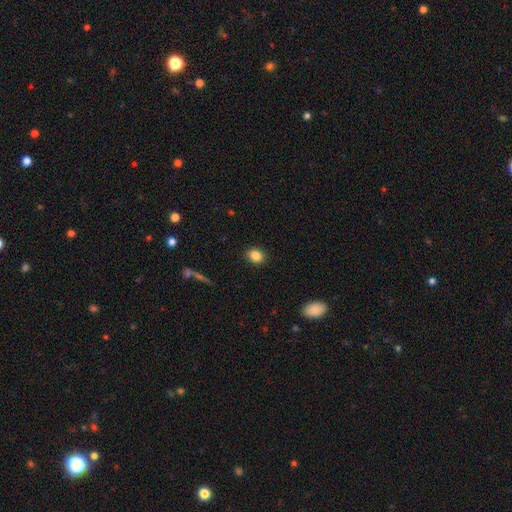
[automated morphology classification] Smooth or featured: smooth — 86% (star or artifact — 9%)
How rounded: round — 50% (in between — 49%)
Merging: none — 90% (minor disturbance — 7%)